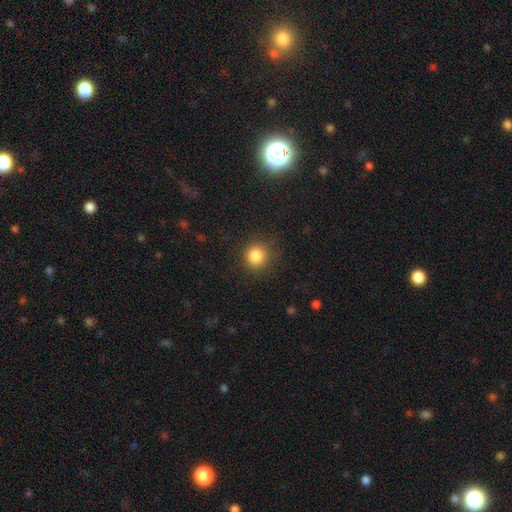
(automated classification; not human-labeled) Smooth or featured?
  - smooth: 84% *
  - star or artifact: 11%
  - featured or disk: 5%
How rounded?
  - round: 91% *
  - in between: 8%
  - cigar-shaped: 1%
Merging?
  - none: 86% *
  - minor disturbance: 9%
  - major disturbance: 4%
  - merger: 1%